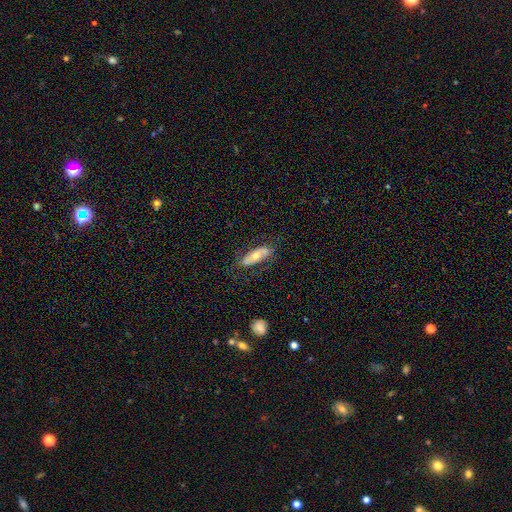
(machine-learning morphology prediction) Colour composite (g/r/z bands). It shows a smooth galaxy with no disk features (47%). Merging: none (71%).